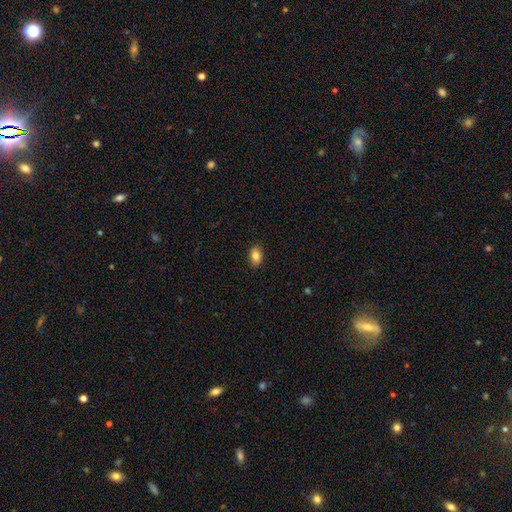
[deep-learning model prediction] Smooth or featured: smooth — 85% (star or artifact — 8%)
How rounded: in between — 87% (round — 11%)
Merging: none — 89% (minor disturbance — 9%)